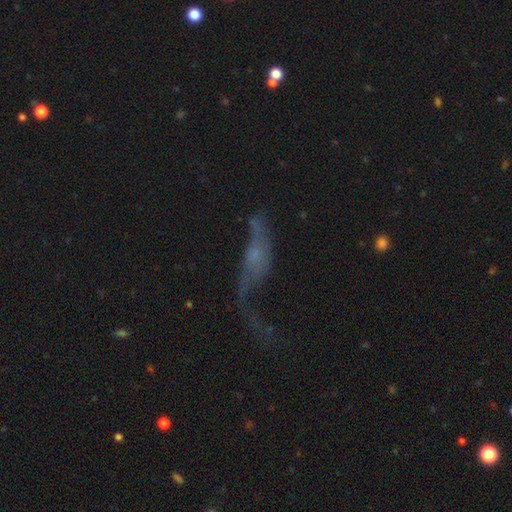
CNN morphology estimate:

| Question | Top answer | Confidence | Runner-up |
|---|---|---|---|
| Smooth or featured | featured or disk | 59% | smooth (28%) |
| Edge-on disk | no | 76% | yes (24%) |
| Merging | major disturbance | 49% | none (27%) |